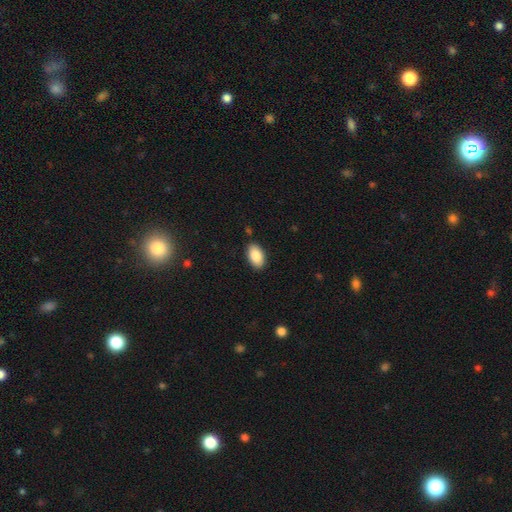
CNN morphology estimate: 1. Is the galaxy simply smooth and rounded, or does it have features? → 88% smooth, 7% star or artifact, 6% featured or disk.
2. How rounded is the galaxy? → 94% in between, 5% round, 2% cigar-shaped.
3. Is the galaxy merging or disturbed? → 87% none, 9% minor disturbance, 2% major disturbance, 1% merger.